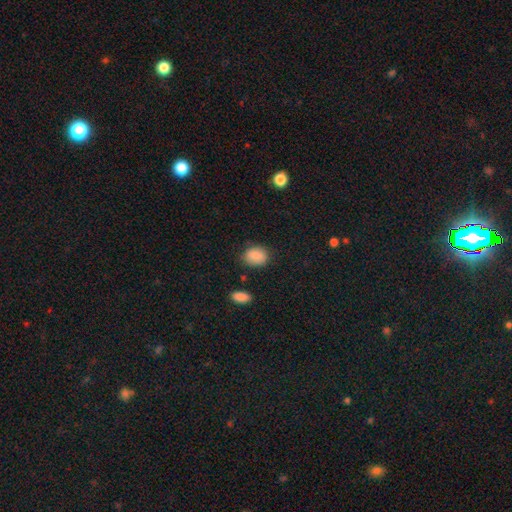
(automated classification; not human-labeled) Q: Smooth or featured?
A: smooth (87%); runner-up: star or artifact (8%)
Q: How rounded?
A: in between (54%); runner-up: round (45%)
Q: Merging?
A: none (76%); runner-up: minor disturbance (17%)